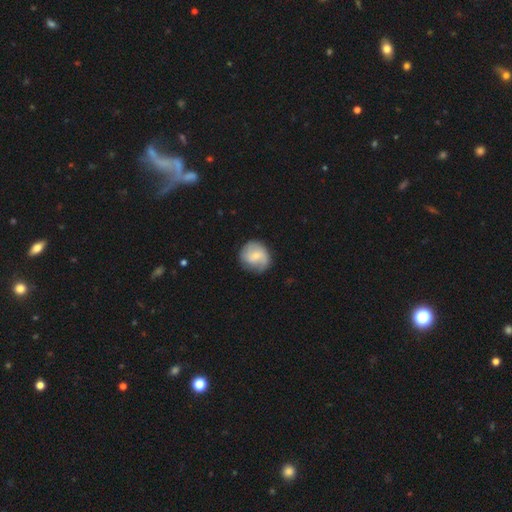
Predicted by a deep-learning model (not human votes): Smooth or featured?
  - featured or disk: 50% *
  - smooth: 44%
  - star or artifact: 6%
Merging?
  - none: 72% *
  - minor disturbance: 20%
  - major disturbance: 7%
  - merger: 1%